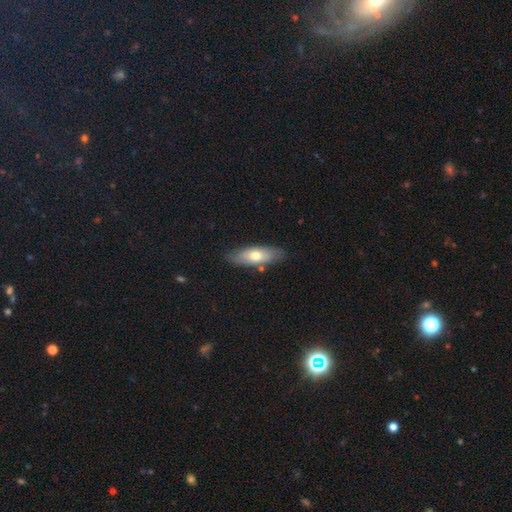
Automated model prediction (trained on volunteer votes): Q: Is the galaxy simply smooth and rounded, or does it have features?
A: smooth — 61%.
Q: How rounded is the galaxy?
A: in between — 70%.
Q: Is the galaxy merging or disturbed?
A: none — 79%.